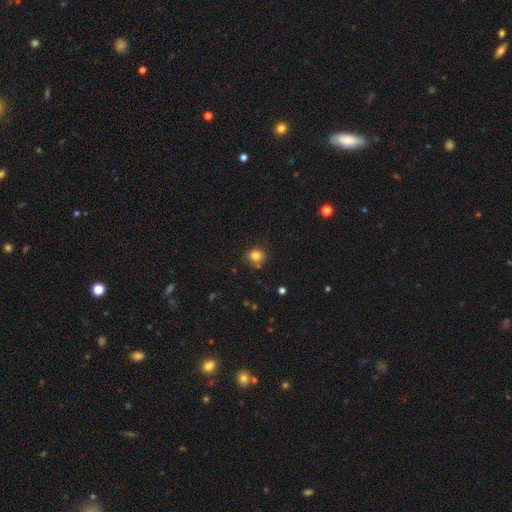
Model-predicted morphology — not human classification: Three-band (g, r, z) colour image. It shows a smooth galaxy with no disk features (82%) that is round (86%). Merging: none (77%).